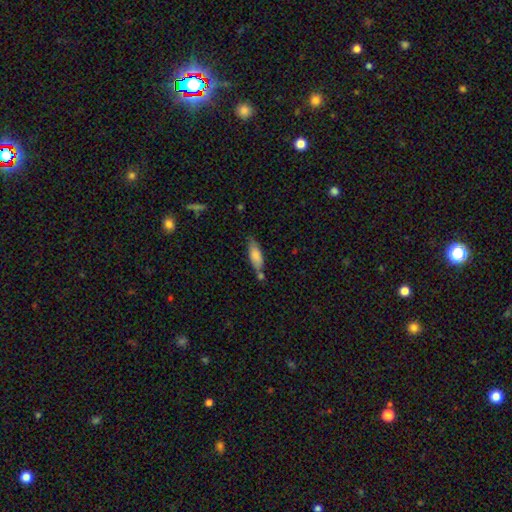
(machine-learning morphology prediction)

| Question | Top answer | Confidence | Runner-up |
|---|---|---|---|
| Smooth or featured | smooth | 77% | featured or disk (17%) |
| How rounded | in between | 62% | cigar-shaped (36%) |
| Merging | none | 54% | minor disturbance (22%) |